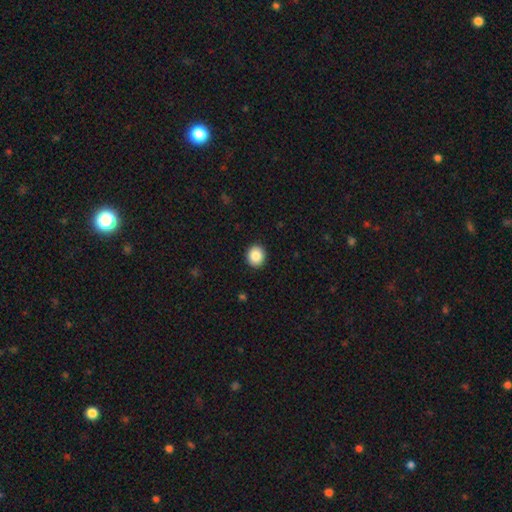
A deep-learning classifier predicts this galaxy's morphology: The model was most divided on "how rounded": round: 79%, in between: 20%, cigar-shaped: 1%. More confident: merging — none (92%); smooth or featured — smooth (87%).